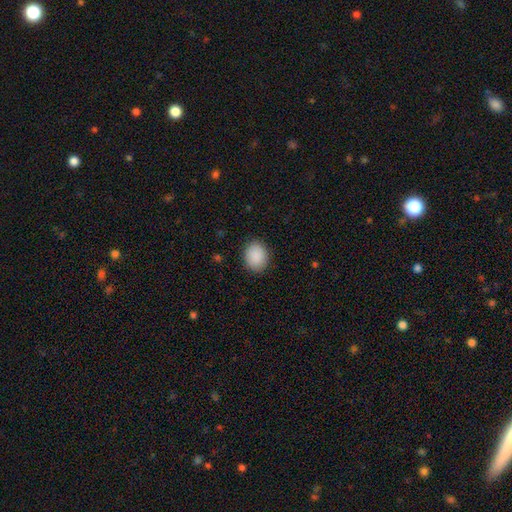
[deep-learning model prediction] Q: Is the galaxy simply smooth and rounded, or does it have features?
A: smooth — 90%.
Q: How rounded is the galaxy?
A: round — 50%.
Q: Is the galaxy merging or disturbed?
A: none — 88%.